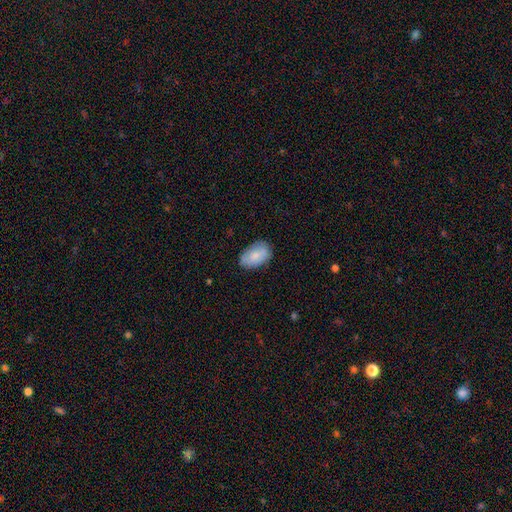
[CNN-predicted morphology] This appears to be a smooth galaxy with no disk features (80%) that is in between round and cigar-shaped (92%). Merging: none (79%).